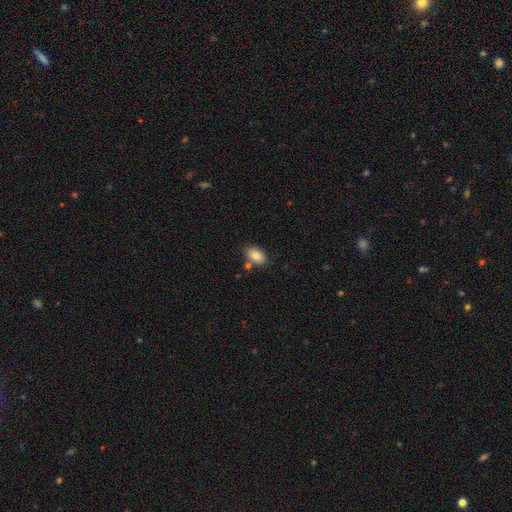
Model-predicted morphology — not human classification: A smooth galaxy with no disk features (87%) that is in between round and cigar-shaped (91%).

Vote fractions:
- Smooth or featured? smooth: 87% / star or artifact: 8% / featured or disk: 6%
- How rounded? in between: 91% / round: 8% / cigar-shaped: 2%
- Merging? none: 73% / minor disturbance: 13% / merger: 10% / major disturbance: 3%